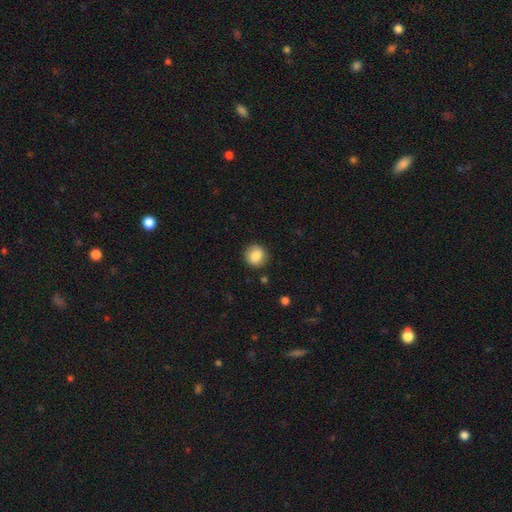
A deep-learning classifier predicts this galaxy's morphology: Smooth or featured: smooth — 84% (star or artifact — 9%)
How rounded: round — 89% (in between — 10%)
Merging: none — 88% (minor disturbance — 8%)